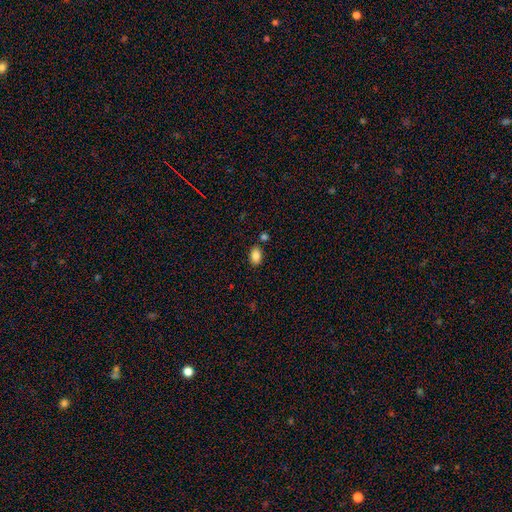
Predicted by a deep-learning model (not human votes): Q: Smooth or featured?
A: smooth (86%); runner-up: star or artifact (9%)
Q: How rounded?
A: in between (88%); runner-up: round (11%)
Q: Merging?
A: none (82%); runner-up: minor disturbance (10%)